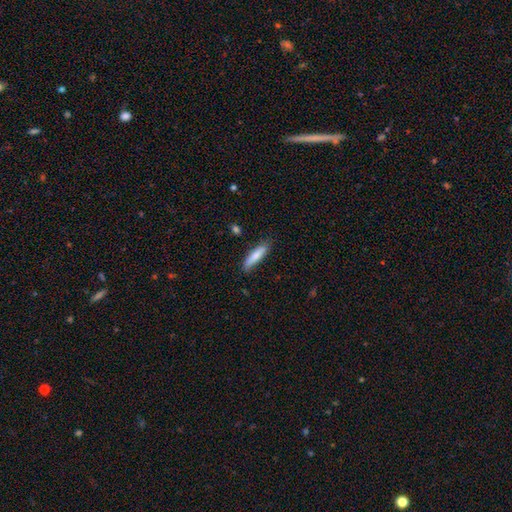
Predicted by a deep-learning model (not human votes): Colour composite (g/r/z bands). It shows a smooth galaxy with no disk features (76%) that is cigar-shaped (79%). Merging: none (82%).